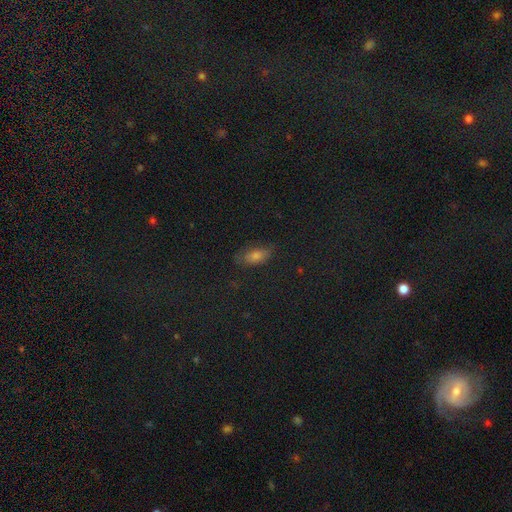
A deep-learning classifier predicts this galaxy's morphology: type=smooth (64%); roundness=in between (82%); merging=none (75%).